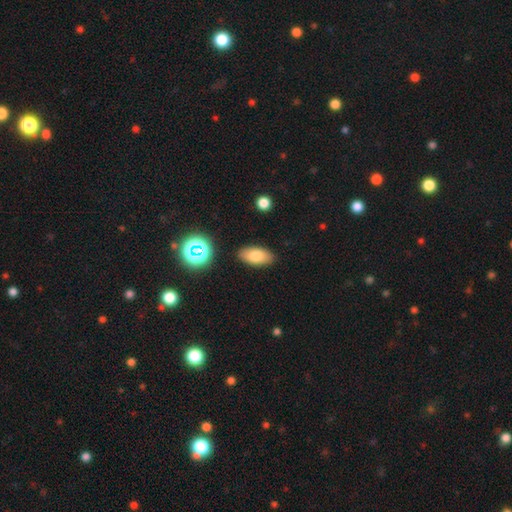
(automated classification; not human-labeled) smooth-or-featured: smooth: 79% | featured or disk: 11% | star or artifact: 10%
  how-rounded: in between: 90% | cigar-shaped: 6% | round: 4%
  merging: none: 87% | minor disturbance: 9% | major disturbance: 2% | merger: 2%